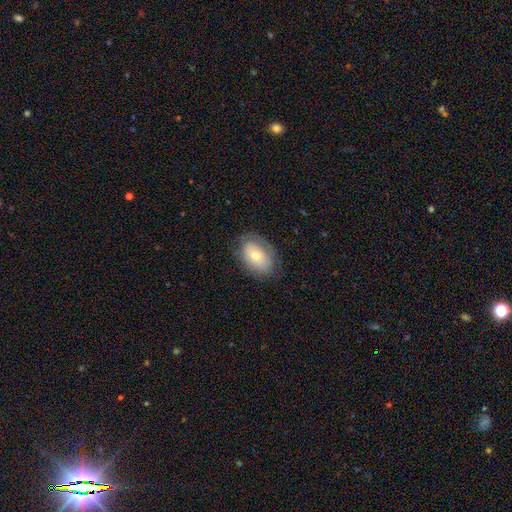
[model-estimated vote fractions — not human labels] Smooth or featured?
  - smooth: 61% *
  - featured or disk: 32%
  - star or artifact: 7%
How rounded?
  - in between: 84% *
  - round: 15%
  - cigar-shaped: 1%
Merging?
  - none: 73% *
  - minor disturbance: 19%
  - major disturbance: 7%
  - merger: 1%